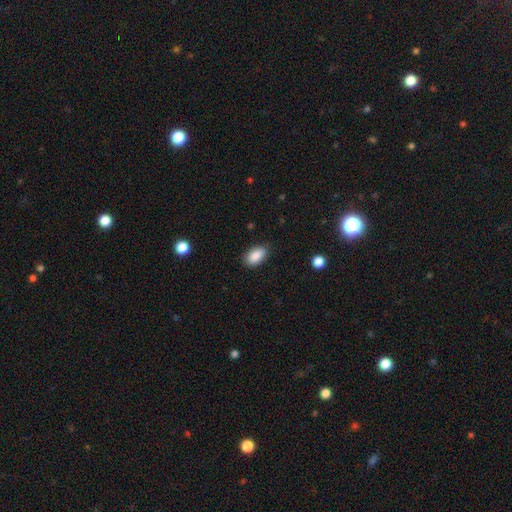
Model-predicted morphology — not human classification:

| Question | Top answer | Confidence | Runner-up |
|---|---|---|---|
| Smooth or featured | smooth | 88% | star or artifact (7%) |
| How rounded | in between | 92% | round (6%) |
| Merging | none | 83% | minor disturbance (13%) |